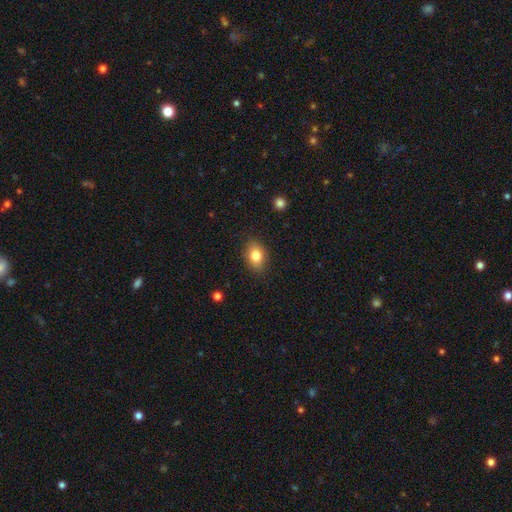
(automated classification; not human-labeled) Morphology: type=smooth (82%); roundness=in between (78%); merging=none (86%).